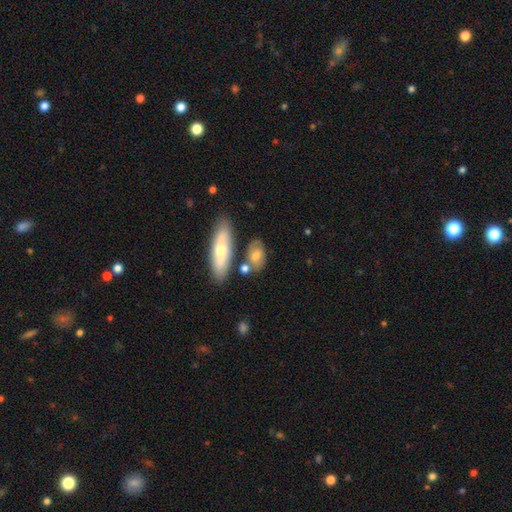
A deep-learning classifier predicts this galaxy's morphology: Smooth or featured? Predicted: smooth (p=0.66). How rounded? Predicted: in between (p=0.77). Merging? Predicted: none (p=0.65).